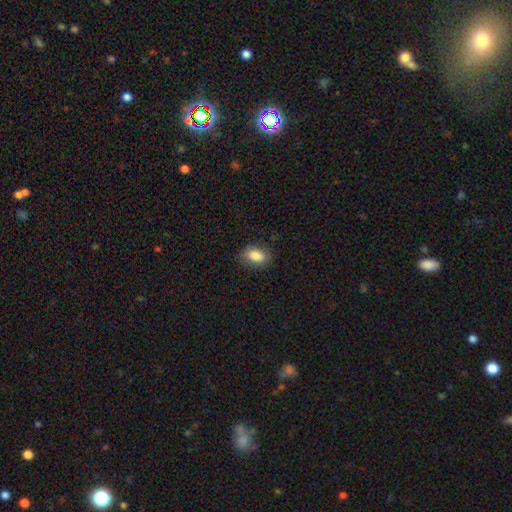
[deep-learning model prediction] Smooth or featured: smooth — 86% (star or artifact — 7%)
How rounded: in between — 88% (round — 10%)
Merging: none — 83% (minor disturbance — 13%)